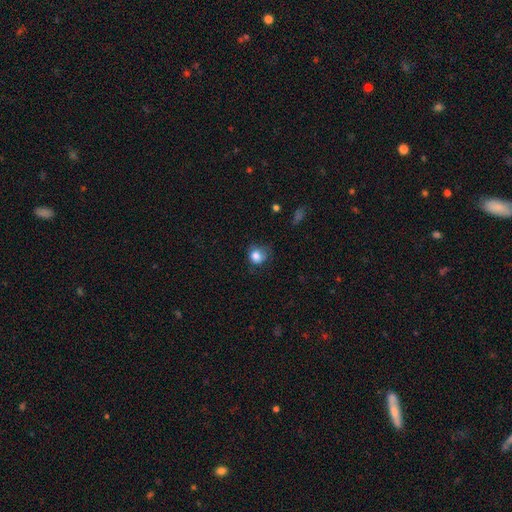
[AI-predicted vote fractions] Smooth or featured? Predicted: smooth (p=0.81). How rounded? Predicted: round (p=0.78). Merging? Predicted: none (p=0.56).